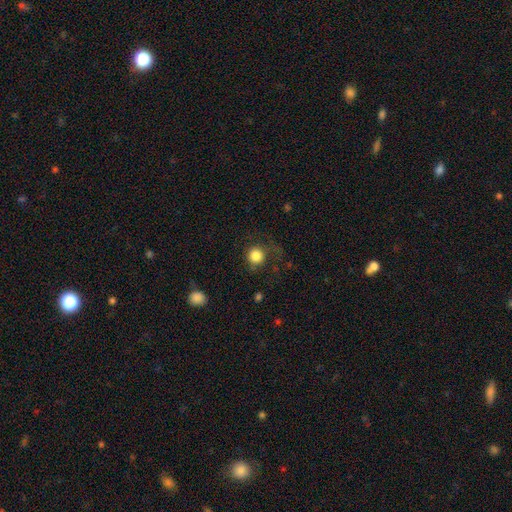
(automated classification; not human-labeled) smooth_or_featured: smooth (p=0.84) [alt: star or artifact p=0.10]
how_rounded: round (p=0.92) [alt: in between p=0.07]
merging: none (p=0.67) [alt: minor disturbance p=0.17]